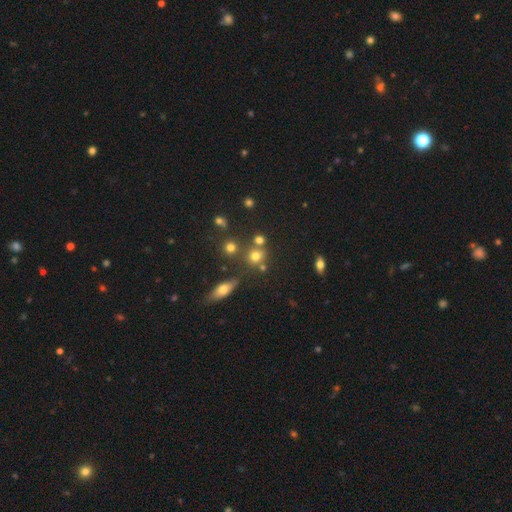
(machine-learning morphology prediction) type=smooth (70%); roundness=round (79%); merging=none (64%).